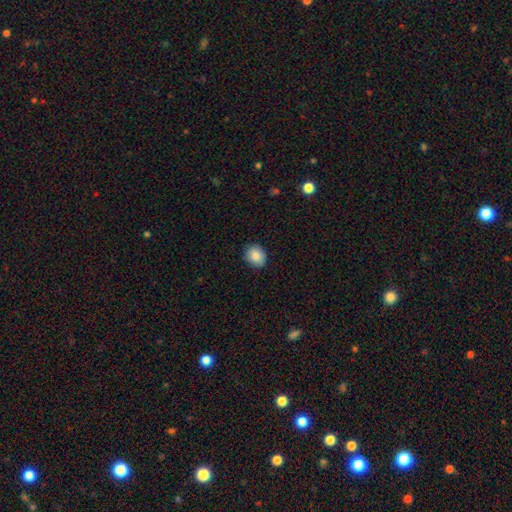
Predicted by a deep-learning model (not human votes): This is clearly a smooth galaxy (87%). How rounded: likely round (63%). Merging: clearly none (88%).